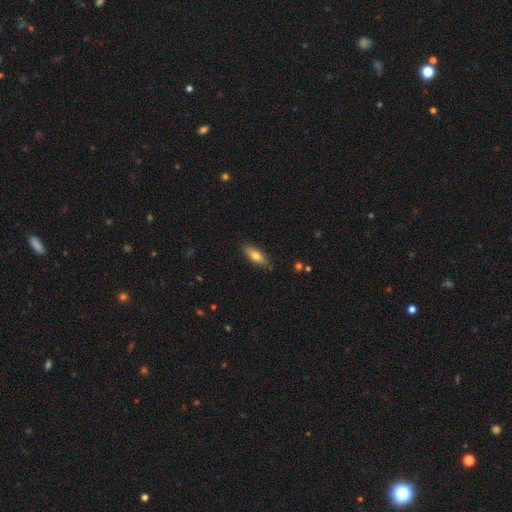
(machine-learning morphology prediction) Smooth or featured: smooth — 72% (featured or disk — 21%)
How rounded: in between — 64% (cigar-shaped — 34%)
Merging: none — 85% (minor disturbance — 12%)